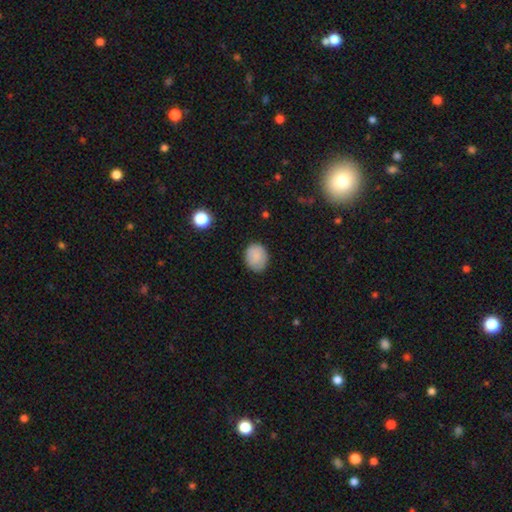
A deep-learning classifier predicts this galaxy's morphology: type=smooth (86%); roundness=round (56%); merging=none (81%).